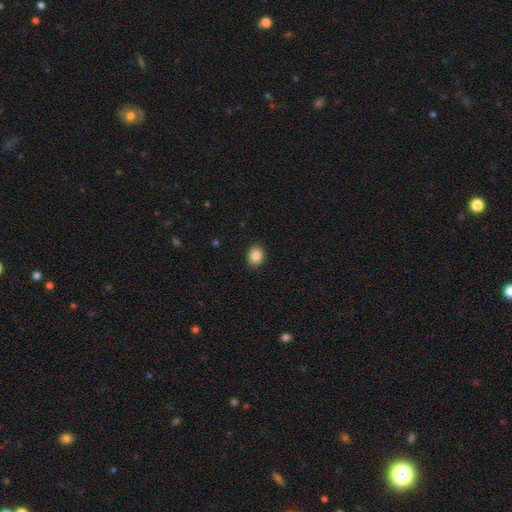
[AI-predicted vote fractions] smooth 86%, star or artifact 9%, featured or disk 5%. Down the decision tree: how rounded — in between (52%); merging — none (90%).